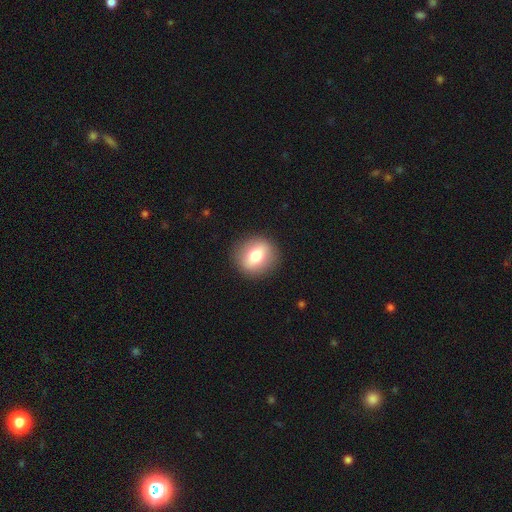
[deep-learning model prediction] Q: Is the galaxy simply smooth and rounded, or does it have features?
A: smooth — 71%.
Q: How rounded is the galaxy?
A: round — 78%.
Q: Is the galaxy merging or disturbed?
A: none — 90%.